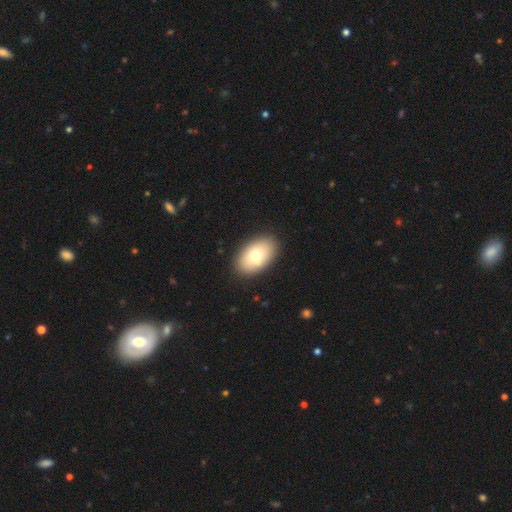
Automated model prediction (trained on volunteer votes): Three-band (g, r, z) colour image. It shows a smooth galaxy with no disk features (76%) that is in between round and cigar-shaped (93%). Merging: none (88%).